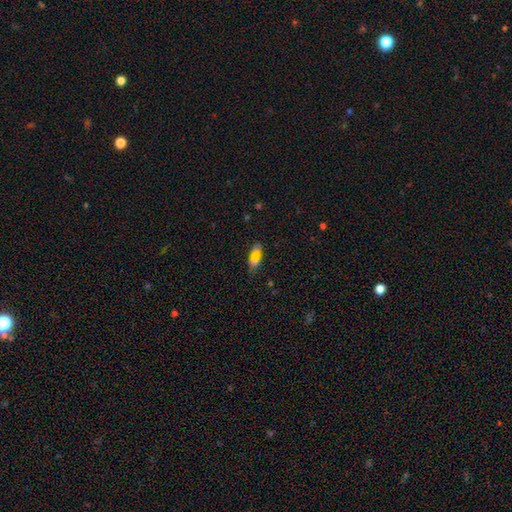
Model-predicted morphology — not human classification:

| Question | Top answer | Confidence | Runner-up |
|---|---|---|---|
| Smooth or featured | smooth | 63% | star or artifact (22%) |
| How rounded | in between | 77% | cigar-shaped (17%) |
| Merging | none | 76% | minor disturbance (14%) |